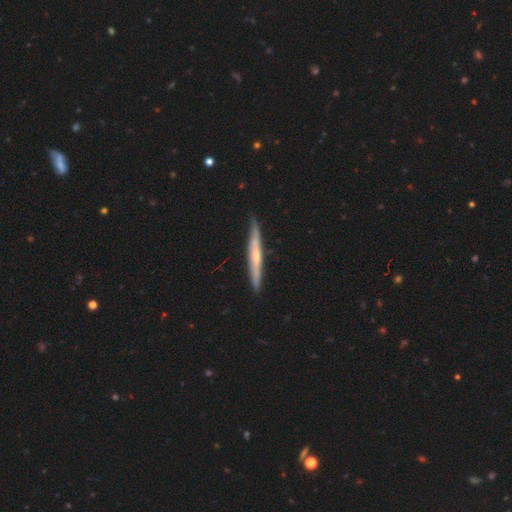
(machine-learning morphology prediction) This is possibly a featured or disk galaxy (60%). It is clearly viewed edge-on (92%). Edge-on bulge: possibly none (51%). Merging: clearly none (83%).